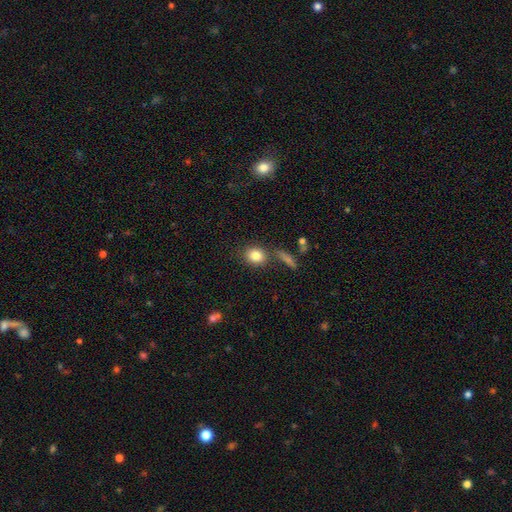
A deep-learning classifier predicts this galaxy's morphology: This appears to be a smooth galaxy with no disk features (82%) that is round (59%). Merging: none (74%).